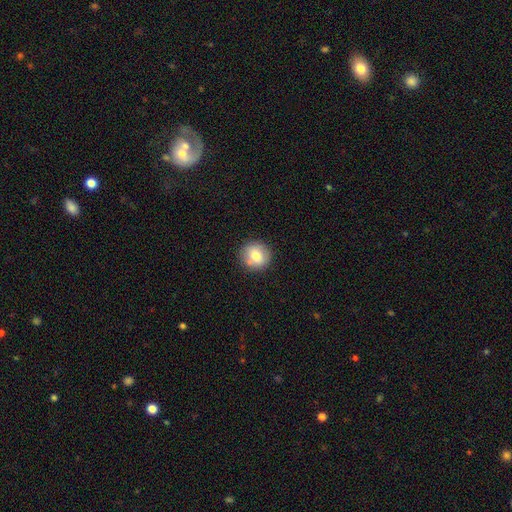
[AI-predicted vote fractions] Morphology: type=smooth (74%); roundness=round (90%); merging=none (83%).